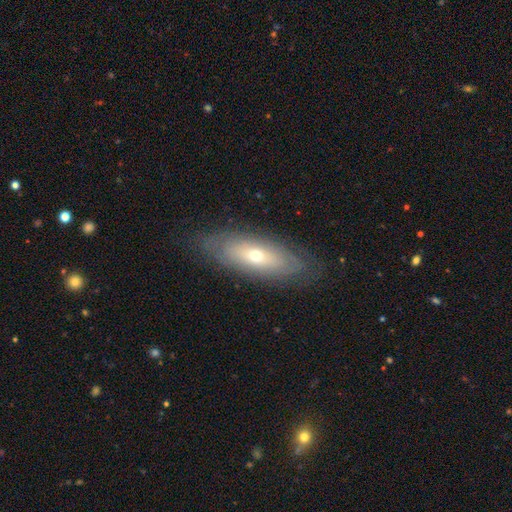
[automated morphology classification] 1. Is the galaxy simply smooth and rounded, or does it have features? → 48% featured or disk, 44% smooth, 8% star or artifact.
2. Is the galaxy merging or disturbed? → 81% none, 14% minor disturbance, 4% major disturbance, 1% merger.